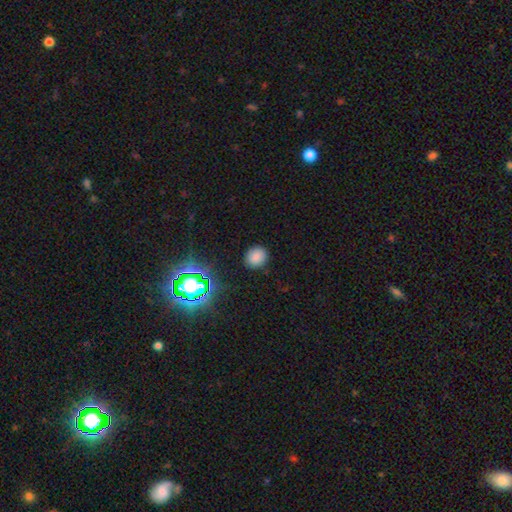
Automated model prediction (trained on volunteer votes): This is likely a smooth galaxy (78%). How rounded: likely round (72%). Merging: clearly none (87%).